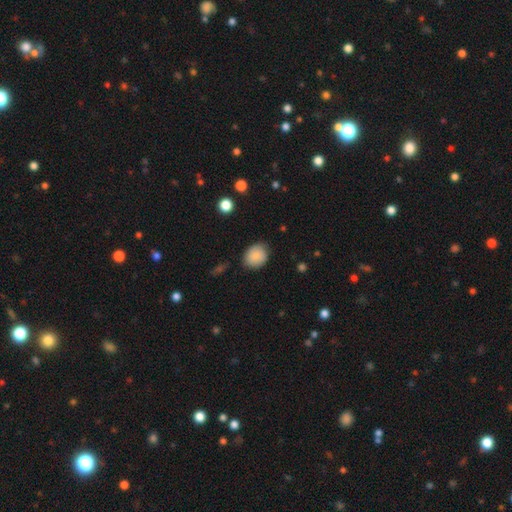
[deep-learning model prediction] Smooth or featured?
  - smooth: 86% *
  - star or artifact: 8%
  - featured or disk: 7%
How rounded?
  - round: 60% *
  - in between: 39%
  - cigar-shaped: 1%
Merging?
  - none: 78% *
  - minor disturbance: 17%
  - major disturbance: 4%
  - merger: 1%